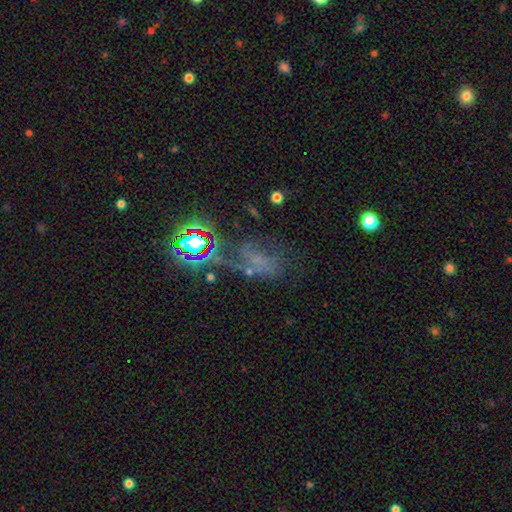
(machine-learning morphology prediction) Smooth or featured? star or artifact (46%)